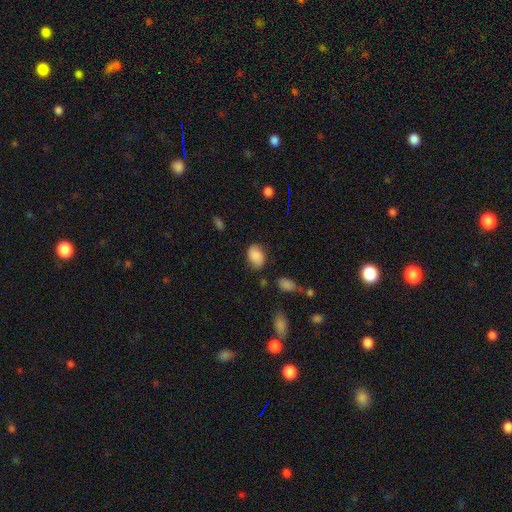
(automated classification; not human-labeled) This is clearly a smooth galaxy (83%). How rounded: clearly in between (82%). Merging: likely none (73%).